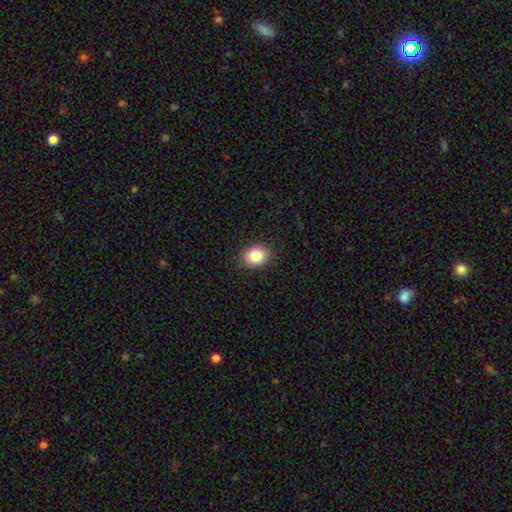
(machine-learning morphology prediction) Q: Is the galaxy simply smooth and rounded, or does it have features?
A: smooth — 86%.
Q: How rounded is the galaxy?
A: in between — 55%.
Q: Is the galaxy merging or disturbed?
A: none — 89%.